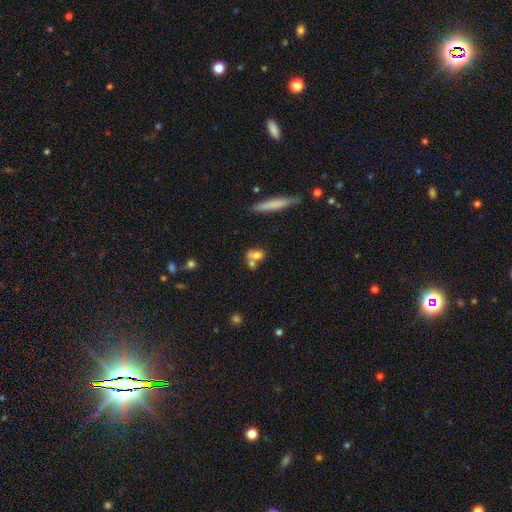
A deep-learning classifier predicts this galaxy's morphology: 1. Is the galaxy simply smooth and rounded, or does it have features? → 67% smooth, 22% featured or disk, 11% star or artifact.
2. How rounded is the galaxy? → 54% in between, 36% round, 11% cigar-shaped.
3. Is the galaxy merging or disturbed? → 49% merger, 35% none, 11% minor disturbance, 6% major disturbance.